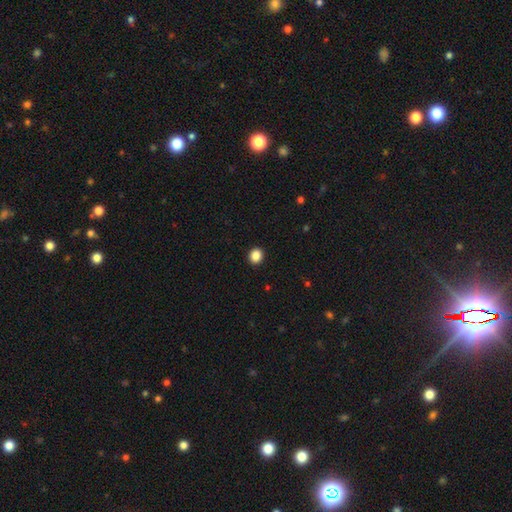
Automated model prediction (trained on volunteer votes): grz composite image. It shows a smooth galaxy with no disk features (87%) that is round (72%). Merging: none (93%).